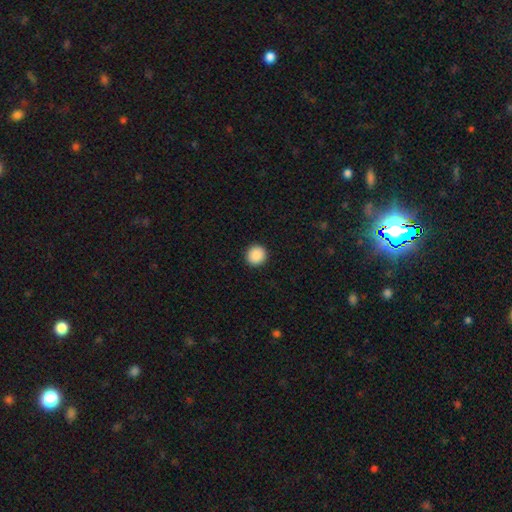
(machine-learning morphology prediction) smooth_or_featured: smooth (p=0.89) [alt: star or artifact p=0.08]
how_rounded: round (p=0.93) [alt: in between p=0.07]
merging: none (p=0.93) [alt: minor disturbance p=0.05]